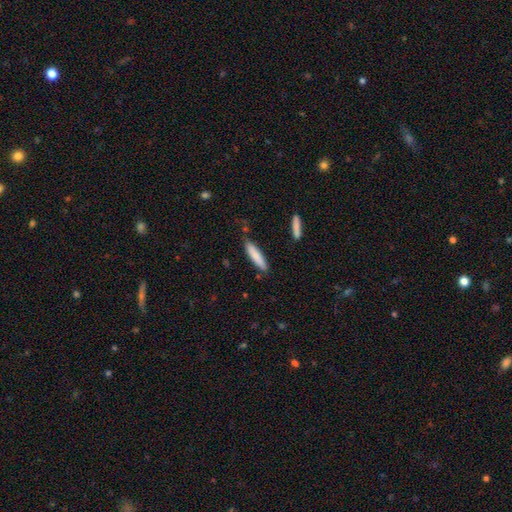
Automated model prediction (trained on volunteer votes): smooth 81%, featured or disk 13%, star or artifact 6%. Down the decision tree: how rounded — cigar-shaped (81%); merging — none (82%).